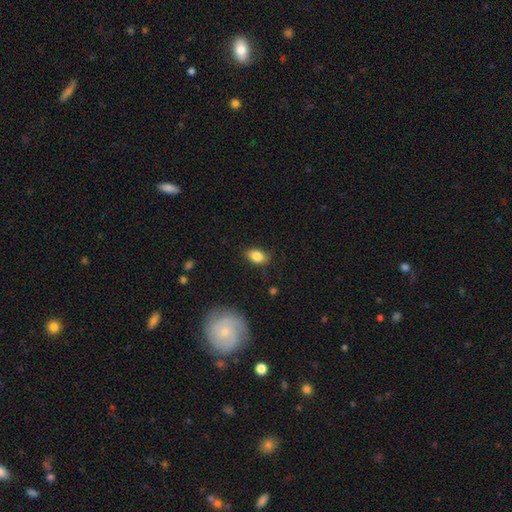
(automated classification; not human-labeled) This is clearly a smooth galaxy (84%). How rounded: clearly in between (84%). Merging: likely none (79%).